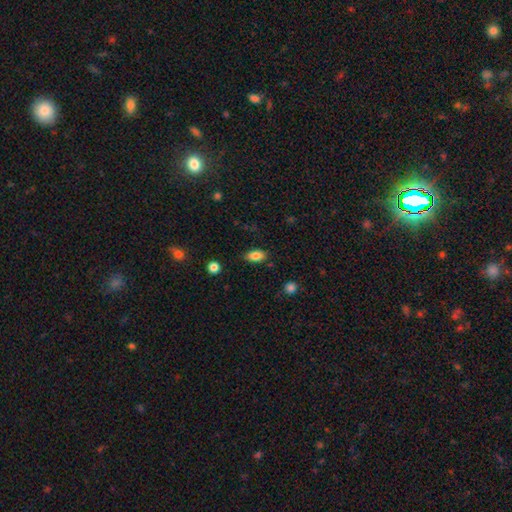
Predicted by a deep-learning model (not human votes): Smooth or featured? Predicted: smooth (p=0.82). How rounded? Predicted: in between (p=0.89). Merging? Predicted: none (p=0.81).